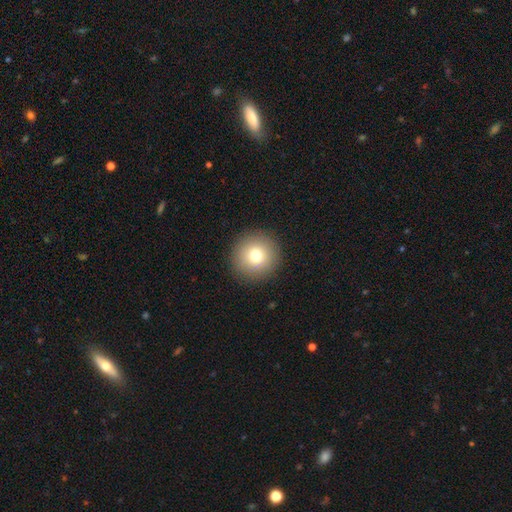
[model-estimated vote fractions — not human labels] Q: Smooth or featured?
A: smooth (78%); runner-up: featured or disk (12%)
Q: How rounded?
A: round (96%); runner-up: in between (3%)
Q: Merging?
A: none (92%); runner-up: minor disturbance (5%)